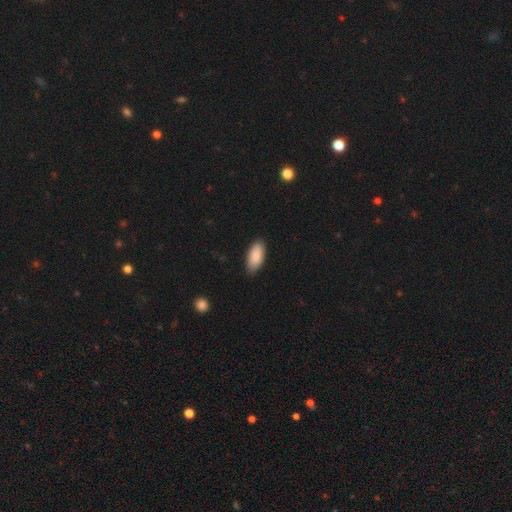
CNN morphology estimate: A smooth galaxy with no disk features (89%) that is in between round and cigar-shaped (89%).

Vote fractions:
- Smooth or featured? smooth: 89% / star or artifact: 6% / featured or disk: 5%
- How rounded? in between: 89% / cigar-shaped: 9% / round: 2%
- Merging? none: 86% / minor disturbance: 11% / major disturbance: 2% / merger: 1%